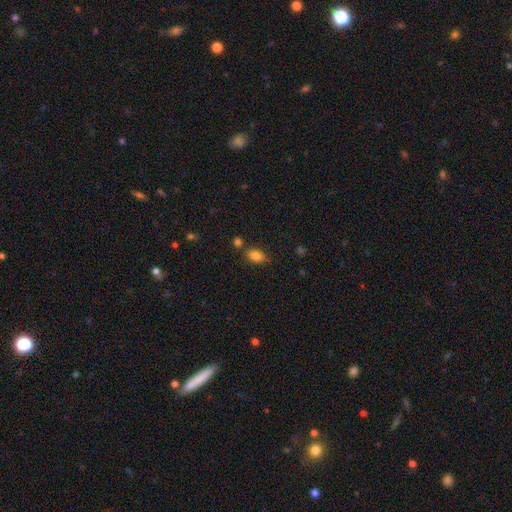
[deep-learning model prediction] smooth-or-featured: smooth: 84% | star or artifact: 10% | featured or disk: 6%
  how-rounded: in between: 83% | round: 14% | cigar-shaped: 2%
  merging: none: 74% | minor disturbance: 13% | merger: 9% | major disturbance: 4%